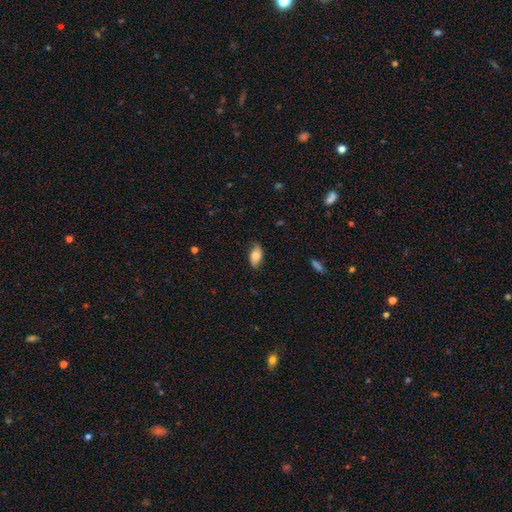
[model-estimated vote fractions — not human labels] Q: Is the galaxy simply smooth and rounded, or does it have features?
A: smooth — 75%.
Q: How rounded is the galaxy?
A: in between — 92%.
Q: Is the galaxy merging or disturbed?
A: none — 79%.